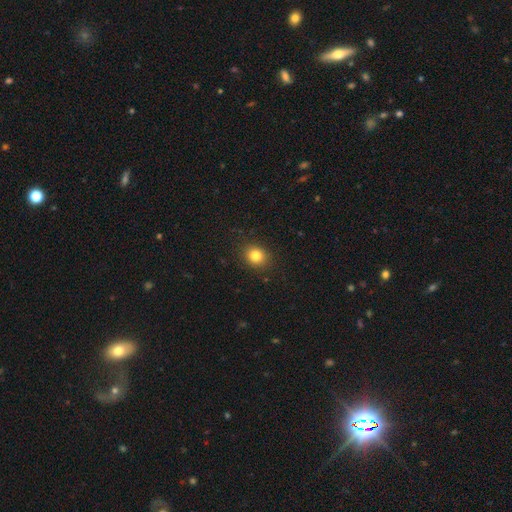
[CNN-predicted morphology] Q: Smooth or featured?
A: smooth (83%); runner-up: star or artifact (12%)
Q: How rounded?
A: round (73%); runner-up: in between (26%)
Q: Merging?
A: none (89%); runner-up: minor disturbance (8%)